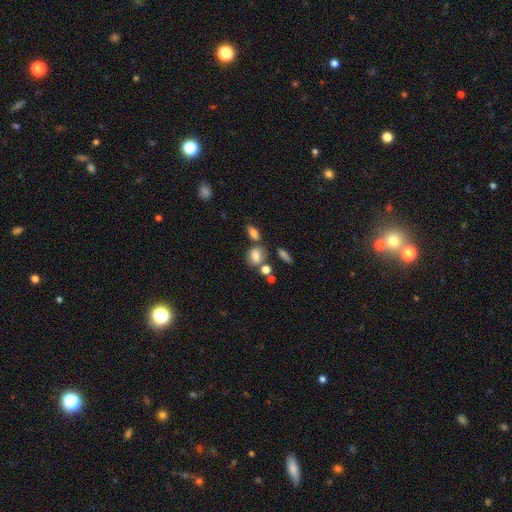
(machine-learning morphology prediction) Smooth or featured? smooth (76%)
How rounded? in between (63%)
Merging? none (50%)